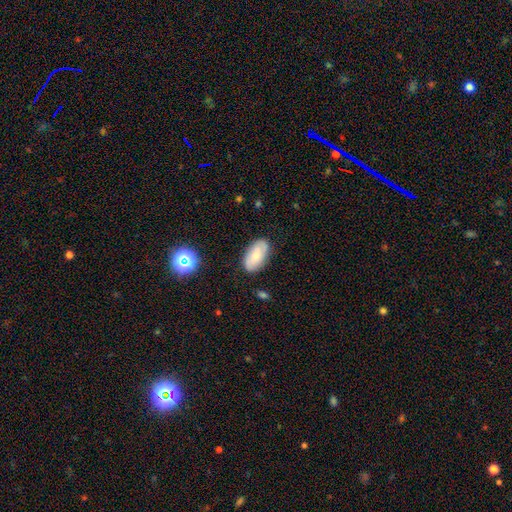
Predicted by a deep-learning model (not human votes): A smooth galaxy with no disk features (67%) that is in between round and cigar-shaped (94%).

Vote fractions:
- Smooth or featured? smooth: 67% / featured or disk: 26% / star or artifact: 8%
- How rounded? in between: 94% / round: 4% / cigar-shaped: 2%
- Merging? none: 83% / minor disturbance: 13% / major disturbance: 3% / merger: 1%